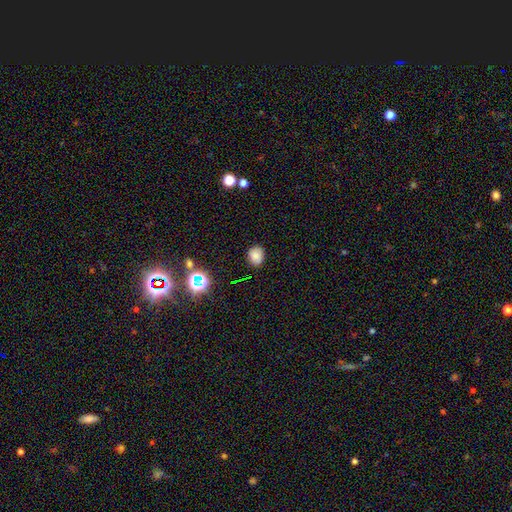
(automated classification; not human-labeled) Q: Smooth or featured?
A: smooth (77%); runner-up: star or artifact (16%)
Q: How rounded?
A: round (61%); runner-up: in between (38%)
Q: Merging?
A: none (83%); runner-up: minor disturbance (13%)